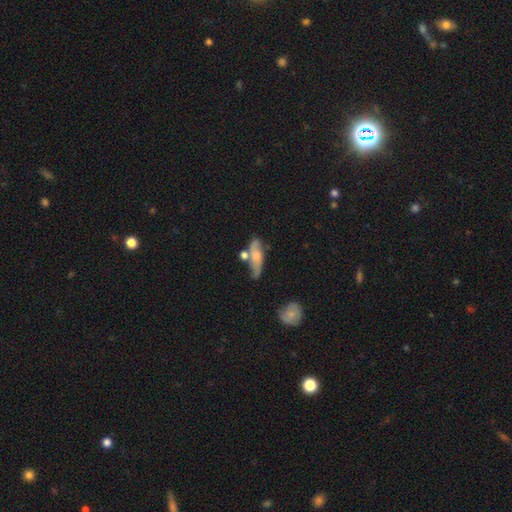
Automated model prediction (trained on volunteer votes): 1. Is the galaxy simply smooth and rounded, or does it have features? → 50% featured or disk, 43% smooth, 7% star or artifact.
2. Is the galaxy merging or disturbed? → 45% none, 25% minor disturbance, 19% merger, 11% major disturbance.